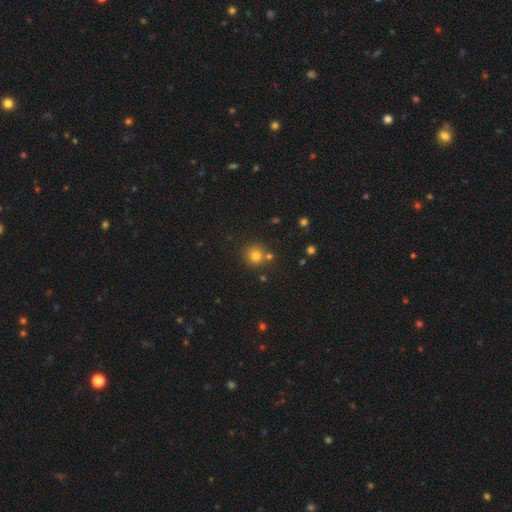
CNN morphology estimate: A smooth galaxy with no disk features (78%) that is round (92%). Merging: none (75%).